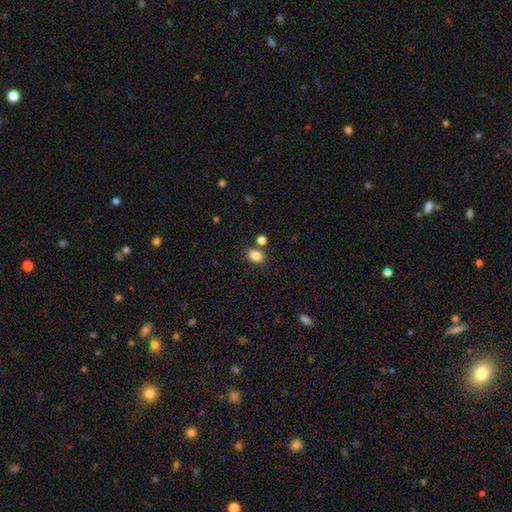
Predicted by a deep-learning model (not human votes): Smooth or featured?
  - smooth: 85% *
  - star or artifact: 10%
  - featured or disk: 4%
How rounded?
  - in between: 66% *
  - round: 33%
  - cigar-shaped: 1%
Merging?
  - none: 74% *
  - merger: 12%
  - minor disturbance: 10%
  - major disturbance: 3%